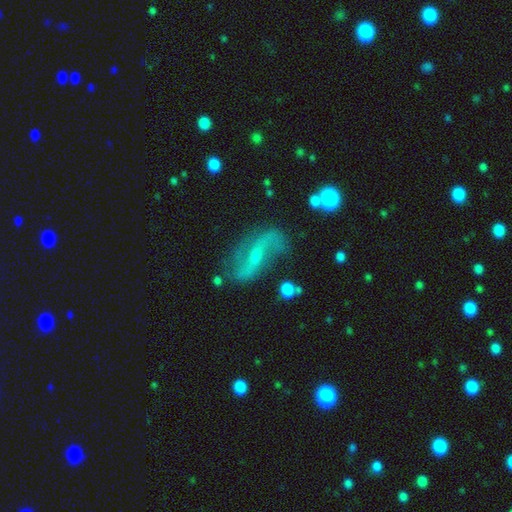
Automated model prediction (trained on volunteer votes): Smooth or featured? Predicted: featured or disk (p=0.79). Edge-on disk? Predicted: no (p=0.91). Bar? Predicted: weak (p=0.38). Spiral arms? Predicted: yes (p=0.90). Spiral winding? Predicted: loose (p=0.69). Spiral arm count? Predicted: 2 (p=0.87). Bulge size? Predicted: small (p=0.68). Merging? Predicted: none (p=0.70).